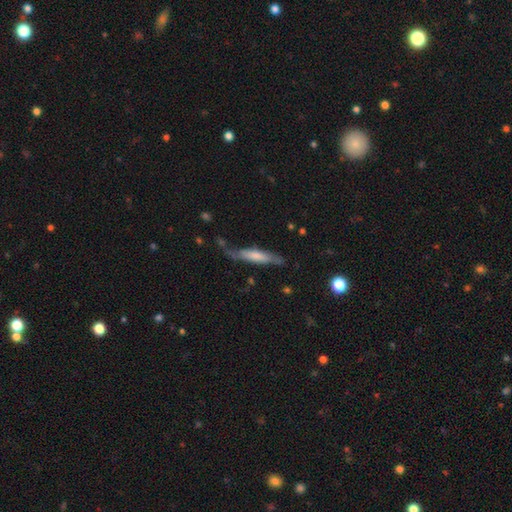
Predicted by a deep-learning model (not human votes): Smooth or featured? smooth (53%)
How rounded? cigar-shaped (84%)
Merging? none (62%)